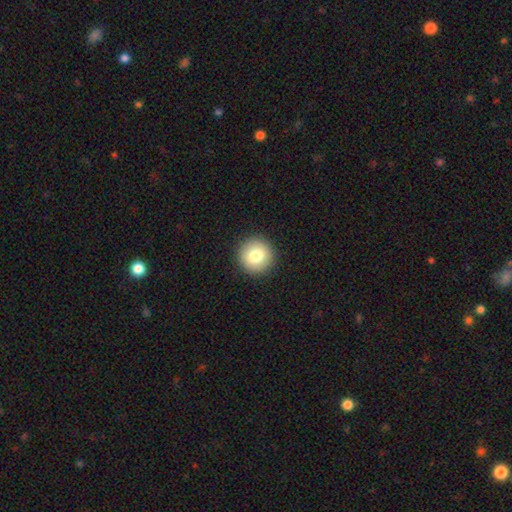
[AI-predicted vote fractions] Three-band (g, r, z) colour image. It shows a smooth galaxy with no disk features (80%) that is round (95%). Merging: none (93%).